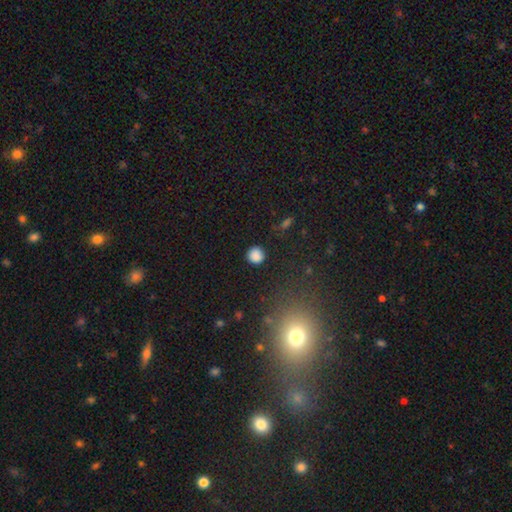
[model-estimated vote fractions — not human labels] Smooth or featured? smooth (85%)
How rounded? round (92%)
Merging? none (88%)